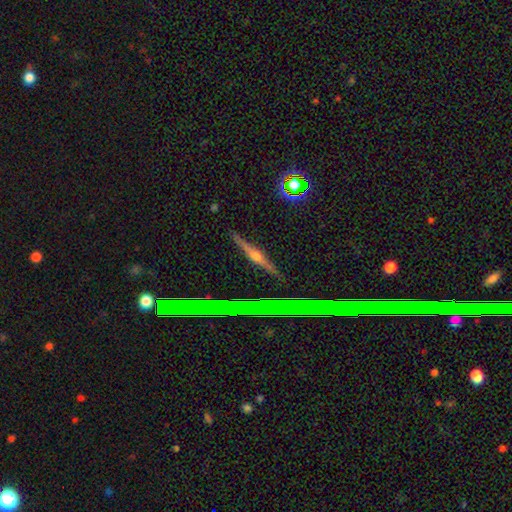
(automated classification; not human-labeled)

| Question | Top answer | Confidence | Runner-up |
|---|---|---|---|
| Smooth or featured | featured or disk | 72% | star or artifact (16%) |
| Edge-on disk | yes | 95% | no (5%) |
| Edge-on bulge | rounded | 89% | none (6%) |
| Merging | none | 89% | minor disturbance (7%) |